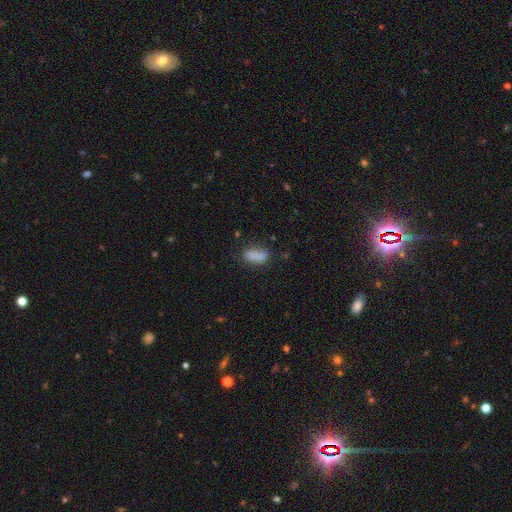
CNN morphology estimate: type=smooth (82%); roundness=in between (82%); merging=none (65%).